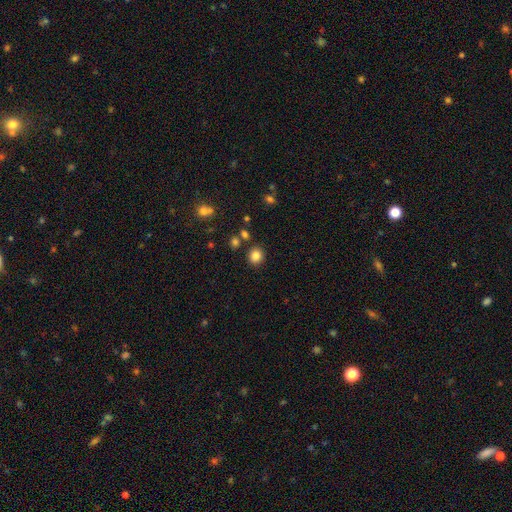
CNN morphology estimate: Smooth or featured?
  - smooth: 84% *
  - star or artifact: 12%
  - featured or disk: 5%
How rounded?
  - round: 79% *
  - in between: 20%
  - cigar-shaped: 1%
Merging?
  - none: 84% *
  - minor disturbance: 8%
  - merger: 5%
  - major disturbance: 3%